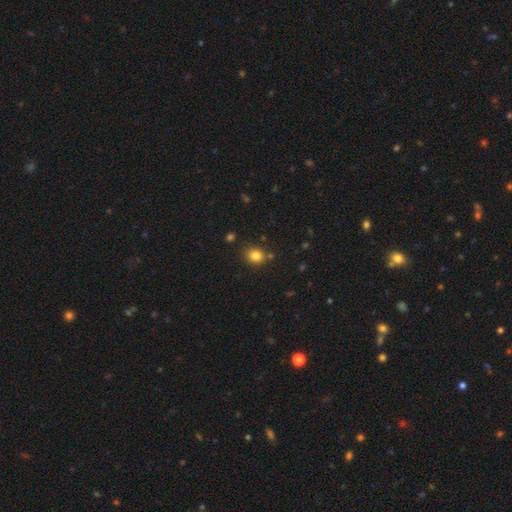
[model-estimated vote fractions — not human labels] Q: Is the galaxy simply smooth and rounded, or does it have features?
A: smooth — 82%.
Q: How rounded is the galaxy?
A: round — 68%.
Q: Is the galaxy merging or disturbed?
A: none — 79%.